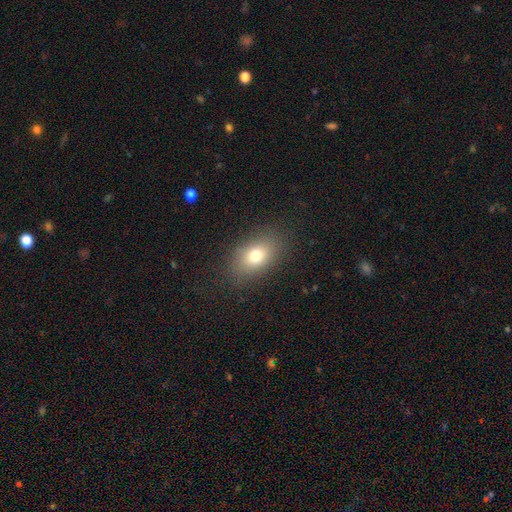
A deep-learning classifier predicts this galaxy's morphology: Smooth or featured: smooth — 74% (featured or disk — 14%)
How rounded: in between — 79% (round — 18%)
Merging: none — 84% (minor disturbance — 10%)